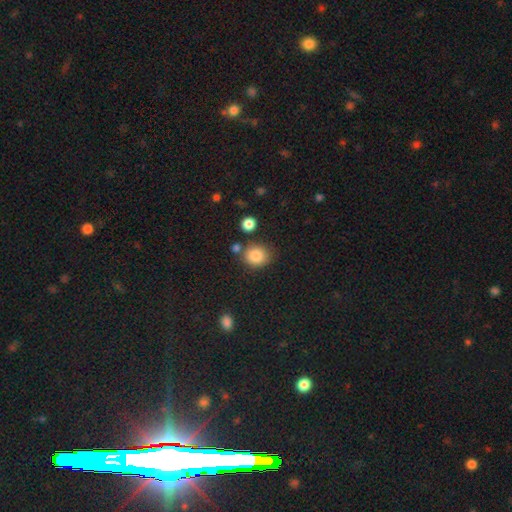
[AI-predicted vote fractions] Q: Smooth or featured?
A: smooth (85%); runner-up: star or artifact (10%)
Q: How rounded?
A: round (74%); runner-up: in between (25%)
Q: Merging?
A: none (72%); runner-up: minor disturbance (14%)